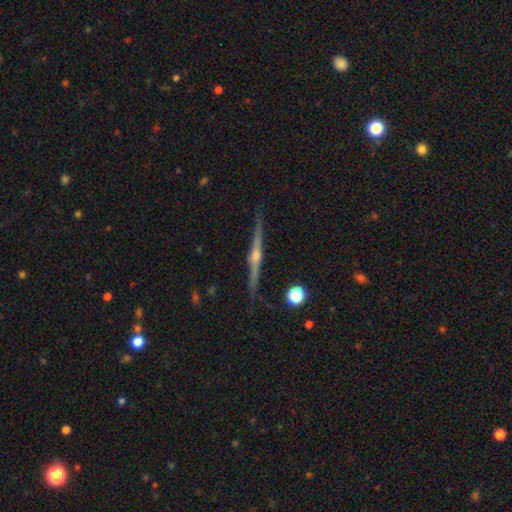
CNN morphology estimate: featured or disk 85%, smooth 9%, star or artifact 6%. Down the decision tree: edge-on disk — yes (99%); edge-on bulge — rounded (90%); merging — none (91%).